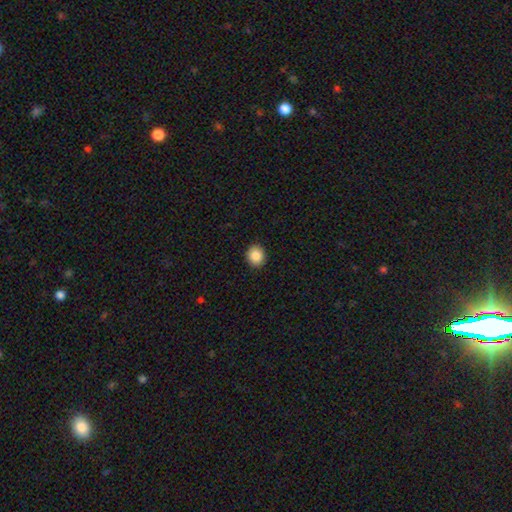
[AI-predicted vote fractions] Smooth or featured?
  - smooth: 87% *
  - star or artifact: 9%
  - featured or disk: 4%
How rounded?
  - round: 72% *
  - in between: 27%
  - cigar-shaped: 1%
Merging?
  - none: 91% *
  - minor disturbance: 6%
  - major disturbance: 2%
  - merger: 1%